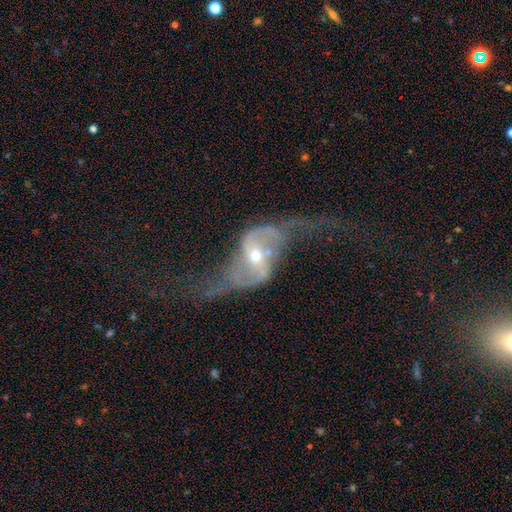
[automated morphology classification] Overall: featured or disk (85%). Edge-on disk: no (95%). Bar: no (40%; weak 33%). Spiral arms: yes (86%). Spiral arm count: 2 (92%). Spiral winding: loose (78%). Bulge size: moderate (53%; small 42%). Merging: none (35%; major disturbance 34%).